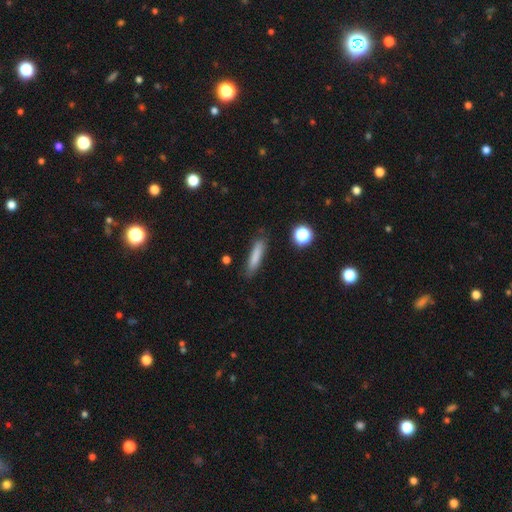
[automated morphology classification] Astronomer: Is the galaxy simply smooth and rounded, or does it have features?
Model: smooth — 80%.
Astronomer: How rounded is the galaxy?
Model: cigar-shaped — 83%.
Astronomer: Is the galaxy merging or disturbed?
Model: none — 80%.